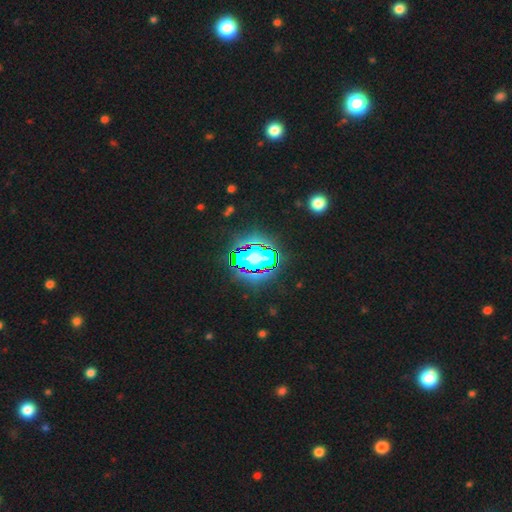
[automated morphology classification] Overall: star or artifact (81%).